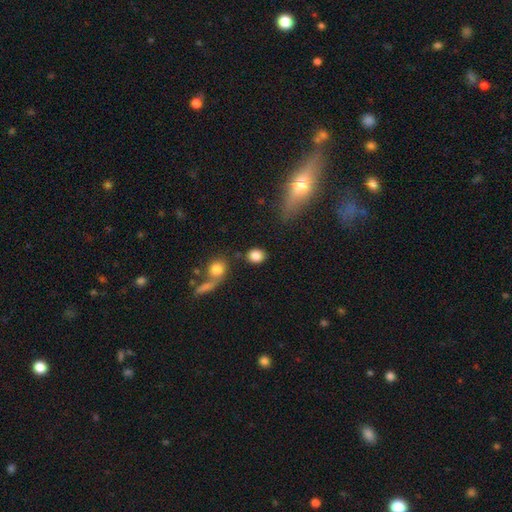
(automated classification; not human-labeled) This is clearly a smooth galaxy (84%). How rounded: possibly round (50%). Merging: likely none (76%).